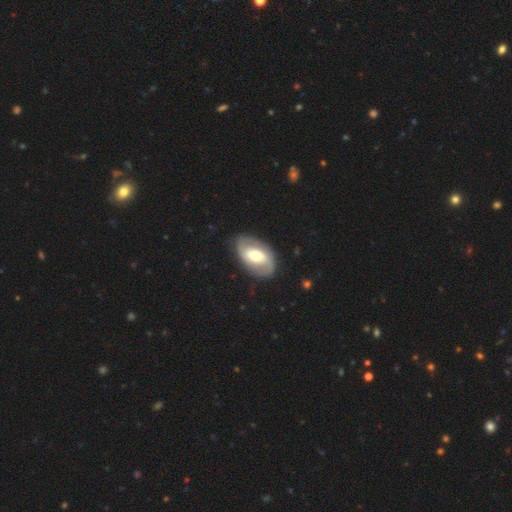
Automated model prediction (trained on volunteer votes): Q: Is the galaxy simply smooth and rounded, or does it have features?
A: featured or disk — 63%.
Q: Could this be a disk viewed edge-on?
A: no — 95%.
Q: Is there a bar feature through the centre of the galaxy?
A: weak — 40%.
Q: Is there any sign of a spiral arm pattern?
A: yes — 72%.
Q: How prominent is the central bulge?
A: moderate — 64%.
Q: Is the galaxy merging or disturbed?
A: none — 83%.